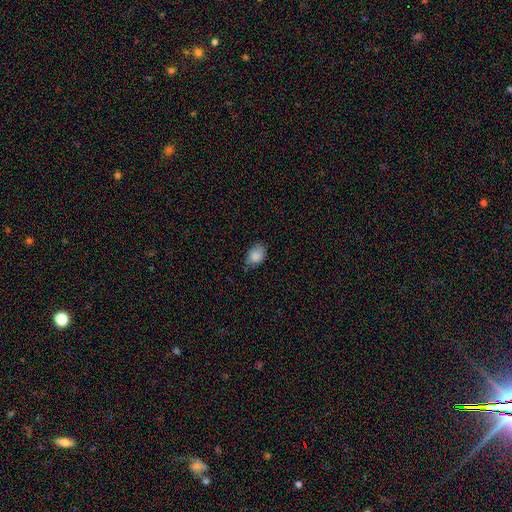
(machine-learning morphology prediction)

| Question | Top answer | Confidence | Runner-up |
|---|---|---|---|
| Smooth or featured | smooth | 86% | star or artifact (8%) |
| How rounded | in between | 77% | round (22%) |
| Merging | none | 64% | minor disturbance (29%) |